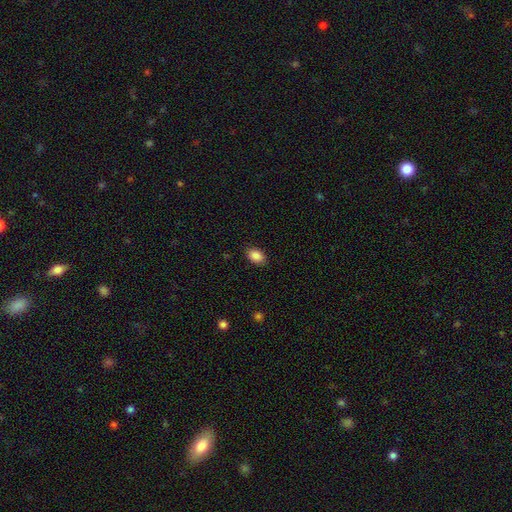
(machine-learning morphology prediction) The model was most divided on "how rounded": in between: 85%, round: 14%, cigar-shaped: 1%. More confident: smooth or featured — smooth (88%); merging — none (87%).